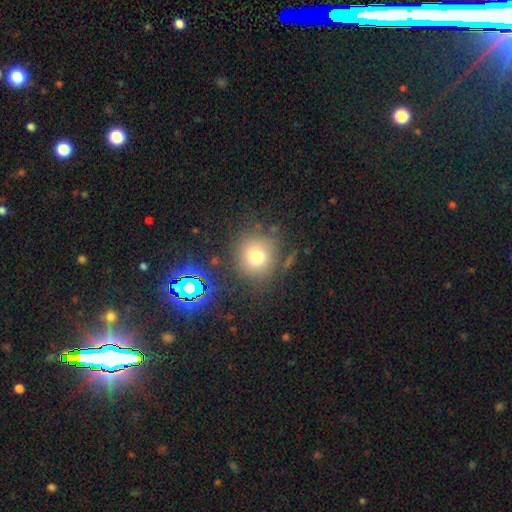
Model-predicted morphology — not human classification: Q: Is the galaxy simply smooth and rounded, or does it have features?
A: smooth — 73%.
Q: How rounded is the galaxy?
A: round — 88%.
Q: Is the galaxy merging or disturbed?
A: none — 80%.